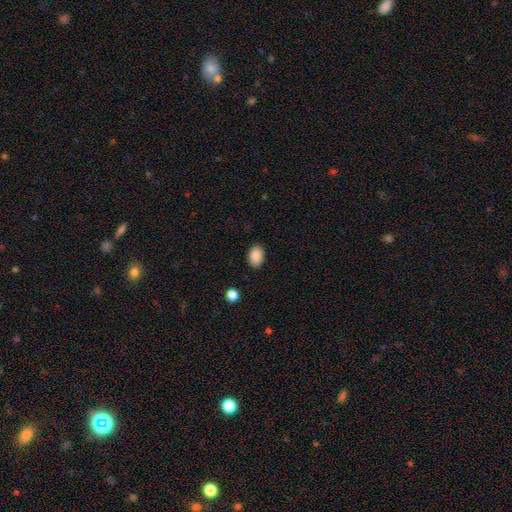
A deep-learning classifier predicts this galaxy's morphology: Smooth or featured? smooth (88%)
How rounded? in between (78%)
Merging? none (89%)